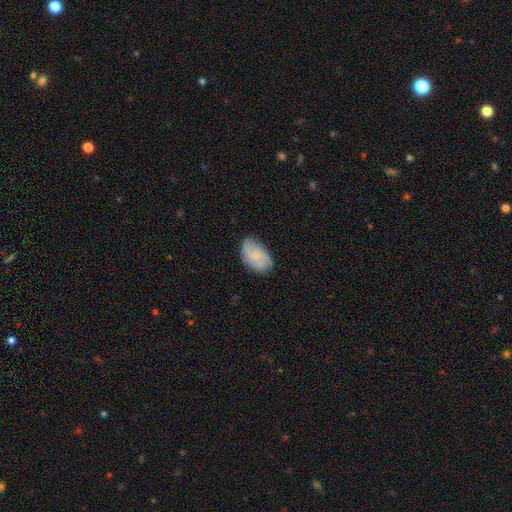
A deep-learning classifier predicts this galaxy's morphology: smooth_or_featured: smooth (p=0.55) [alt: featured or disk p=0.37]
how_rounded: in between (p=0.90) [alt: round p=0.08]
merging: none (p=0.71) [alt: minor disturbance p=0.22]